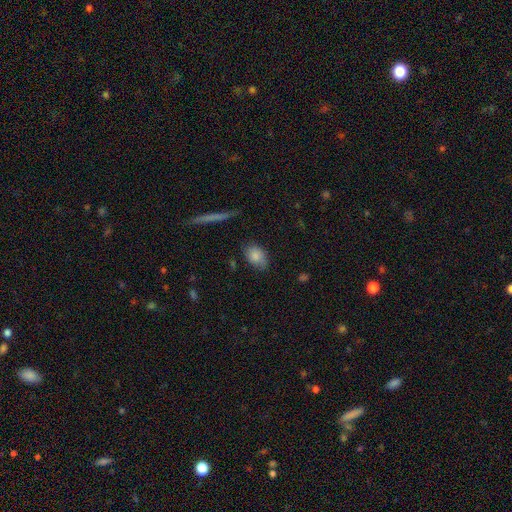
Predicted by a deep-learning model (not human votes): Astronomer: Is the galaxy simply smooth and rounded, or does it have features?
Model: smooth — 83%.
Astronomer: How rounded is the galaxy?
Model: in between — 79%.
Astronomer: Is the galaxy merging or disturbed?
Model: none — 73%.